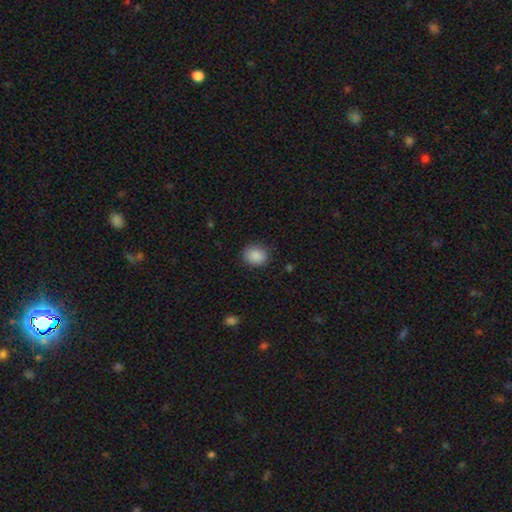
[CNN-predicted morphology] Smooth or featured?
  - smooth: 89% *
  - star or artifact: 8%
  - featured or disk: 3%
How rounded?
  - round: 66% *
  - in between: 33%
  - cigar-shaped: 1%
Merging?
  - none: 85% *
  - minor disturbance: 11%
  - major disturbance: 3%
  - merger: 1%